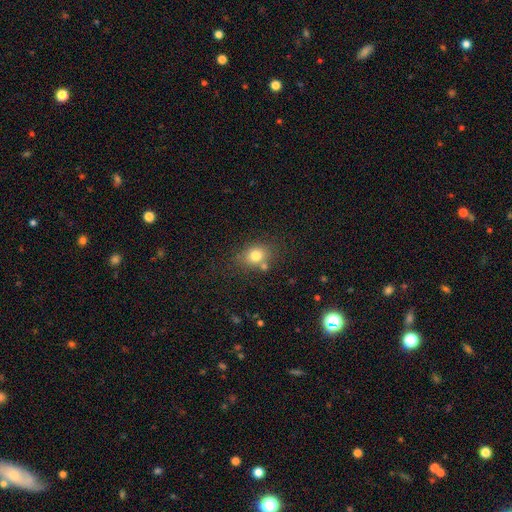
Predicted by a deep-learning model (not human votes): Smooth or featured?
  - smooth: 78% *
  - star or artifact: 12%
  - featured or disk: 10%
How rounded?
  - round: 56% *
  - in between: 43%
  - cigar-shaped: 1%
Merging?
  - none: 68% *
  - minor disturbance: 14%
  - merger: 13%
  - major disturbance: 5%